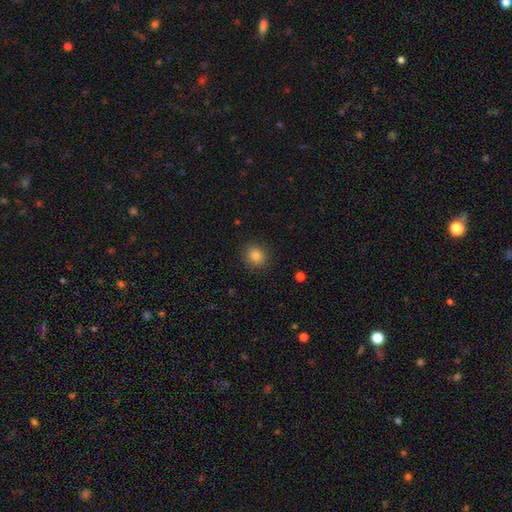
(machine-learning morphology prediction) A smooth galaxy with no disk features (83%) that is round (84%).

Vote fractions:
- Smooth or featured? smooth: 83% / star or artifact: 11% / featured or disk: 6%
- How rounded? round: 84% / in between: 15% / cigar-shaped: 1%
- Merging? none: 89% / minor disturbance: 7% / major disturbance: 2% / merger: 1%